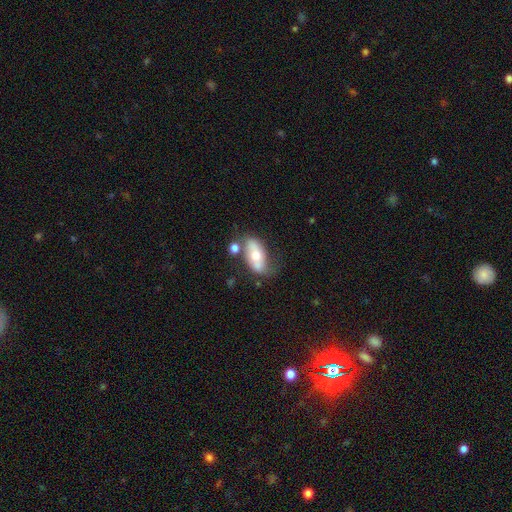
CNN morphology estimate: Smooth or featured? smooth (52%)
How rounded? in between (86%)
Merging? none (52%)